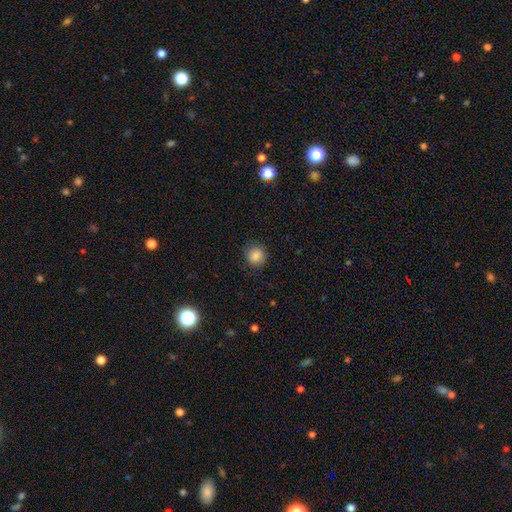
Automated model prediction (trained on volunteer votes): Smooth or featured: smooth — 86% (star or artifact — 10%)
How rounded: round — 90% (in between — 9%)
Merging: none — 87% (minor disturbance — 10%)